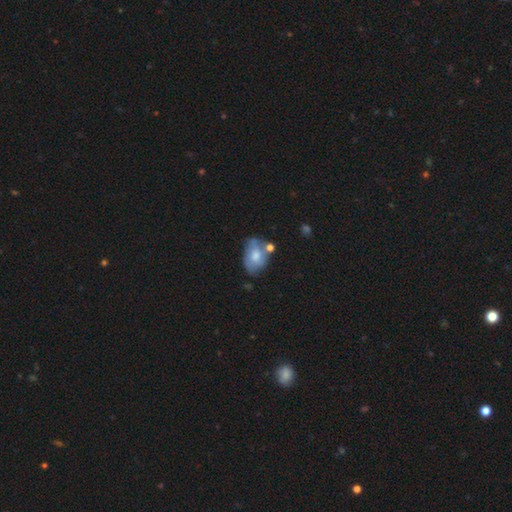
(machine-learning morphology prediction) Smooth or featured: smooth — 58% (featured or disk — 34%)
How rounded: in between — 79% (round — 20%)
Merging: none — 46% (minor disturbance — 28%)